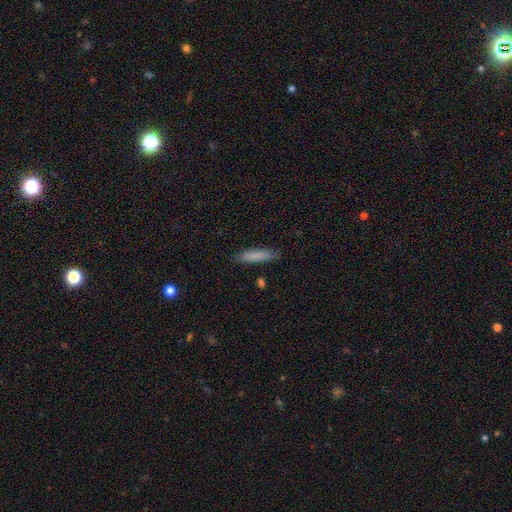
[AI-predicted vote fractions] The model was most divided on "how rounded": cigar-shaped: 76%, in between: 23%, round: 1%. More confident: merging — none (84%); smooth or featured — smooth (83%).